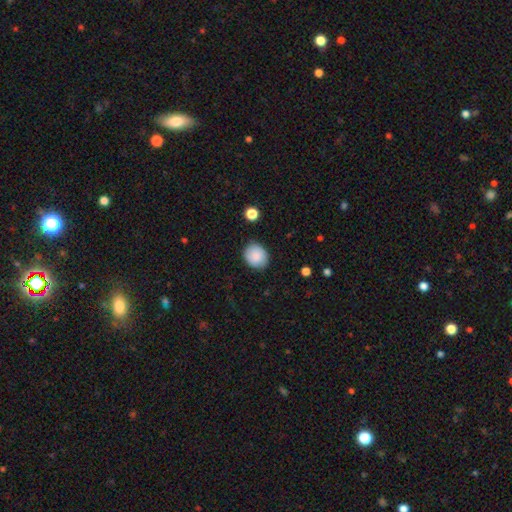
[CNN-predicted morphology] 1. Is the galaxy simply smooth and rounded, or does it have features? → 86% smooth, 8% star or artifact, 6% featured or disk.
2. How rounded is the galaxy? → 71% round, 28% in between, 1% cigar-shaped.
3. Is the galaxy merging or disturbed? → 86% none, 10% minor disturbance, 2% major disturbance, 1% merger.